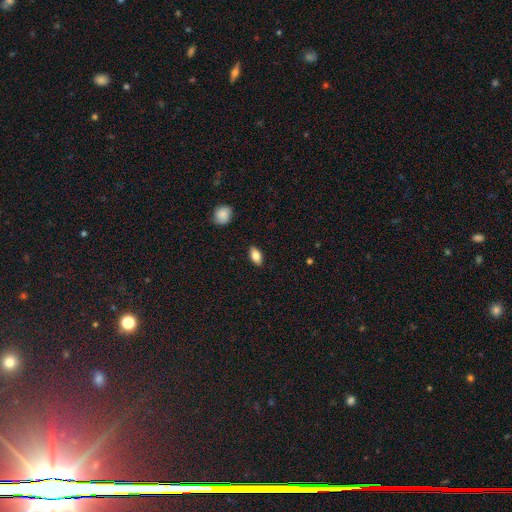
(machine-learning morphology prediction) A smooth galaxy with no disk features (82%) that is in between round and cigar-shaped (90%). Merging: none (88%).